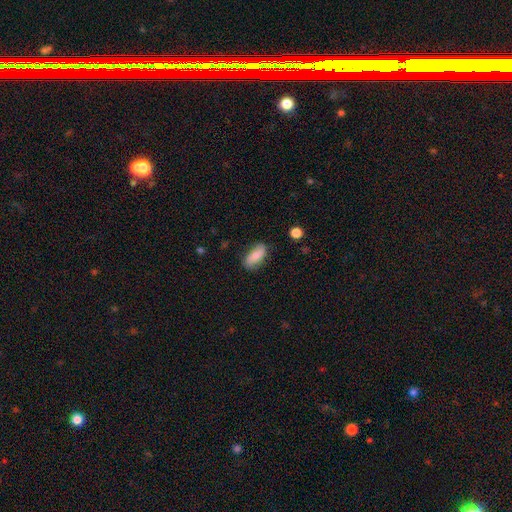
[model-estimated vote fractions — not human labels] Smooth or featured?
  - smooth: 69% *
  - featured or disk: 24%
  - star or artifact: 7%
How rounded?
  - in between: 84% *
  - cigar-shaped: 13%
  - round: 3%
Merging?
  - none: 73% *
  - minor disturbance: 21%
  - major disturbance: 5%
  - merger: 2%